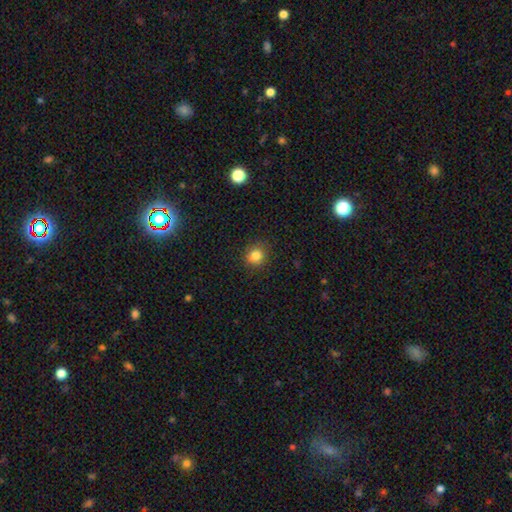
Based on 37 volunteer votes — smooth-or-featured: smooth: 95% | featured or disk: 3% | star or artifact: 3%
  how-rounded: round: 89% | in between: 11% | cigar-shaped: 0%
  merging: none: 86% | minor disturbance: 8% | major disturbance: 6% | merger: 0%